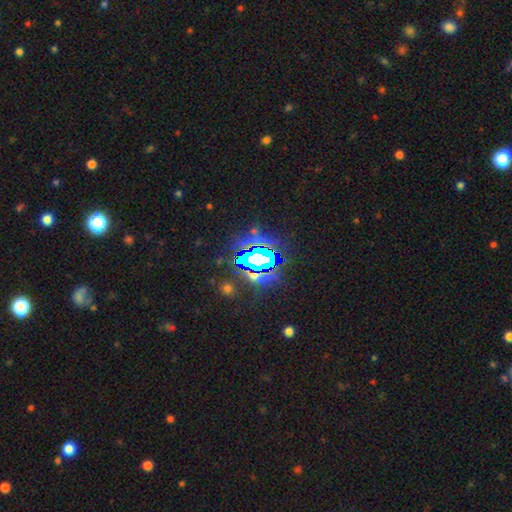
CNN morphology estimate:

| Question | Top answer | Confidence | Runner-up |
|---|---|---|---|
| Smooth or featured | star or artifact | 77% | smooth (12%) |